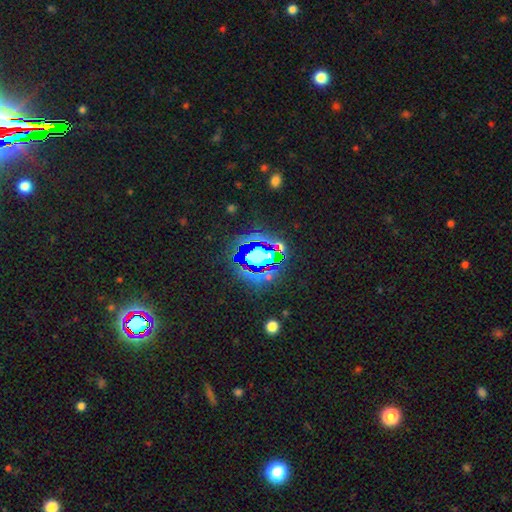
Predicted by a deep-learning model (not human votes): Overall: star or artifact (66%).